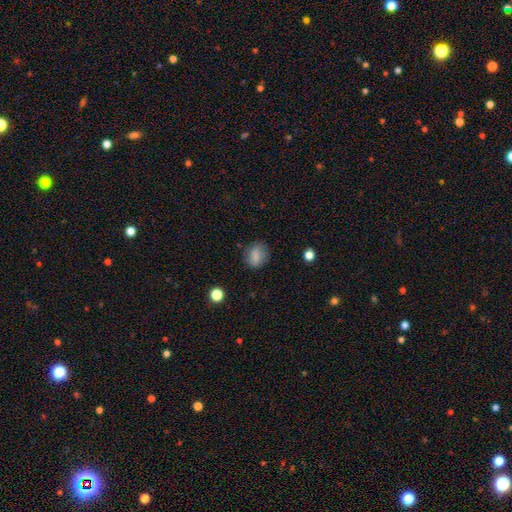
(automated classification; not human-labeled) smooth-or-featured: smooth: 82% | star or artifact: 9% | featured or disk: 9%
  how-rounded: in between: 57% | round: 41% | cigar-shaped: 2%
  merging: none: 77% | minor disturbance: 16% | major disturbance: 5% | merger: 2%